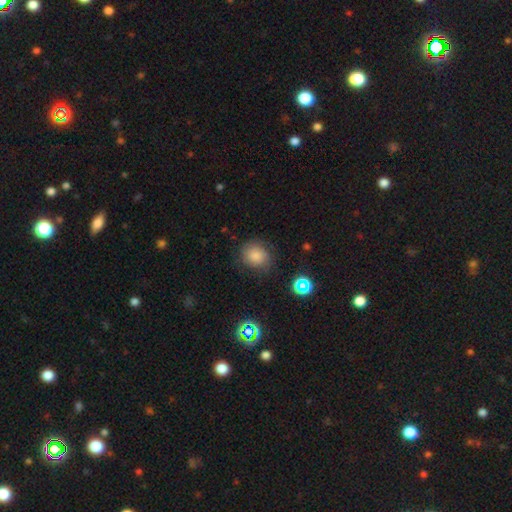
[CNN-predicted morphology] Q: Smooth or featured?
A: smooth (78%); runner-up: star or artifact (12%)
Q: How rounded?
A: round (78%); runner-up: in between (21%)
Q: Merging?
A: none (75%); runner-up: minor disturbance (17%)